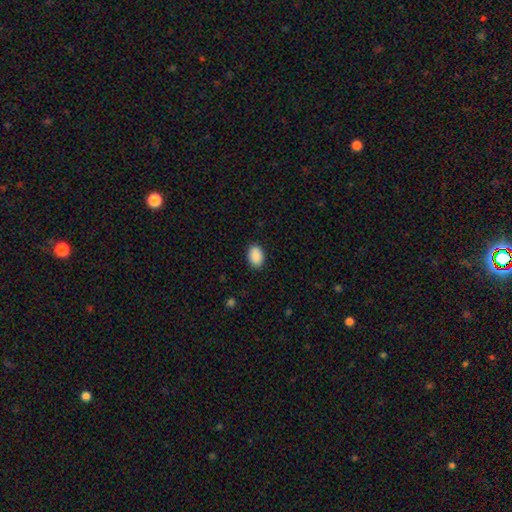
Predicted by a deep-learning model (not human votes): The model was most divided on "how rounded": in between: 84%, round: 15%, cigar-shaped: 1%. More confident: smooth or featured — smooth (91%); merging — none (87%).